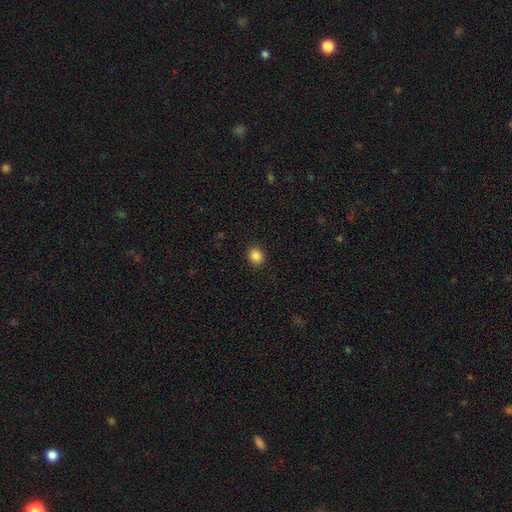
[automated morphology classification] The model was most divided on "how rounded": round: 73%, in between: 26%, cigar-shaped: 1%. More confident: merging — none (91%); smooth or featured — smooth (87%).